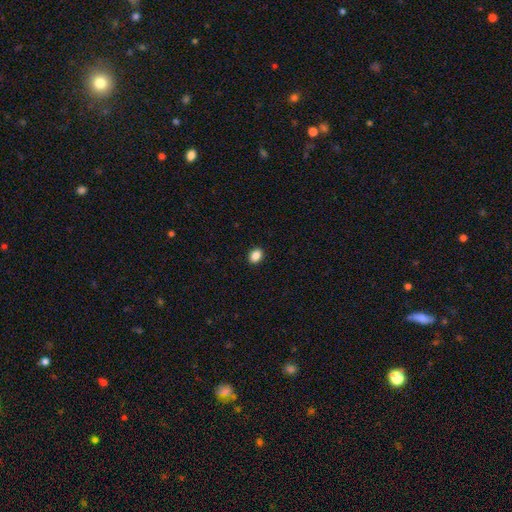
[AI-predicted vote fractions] A smooth galaxy with no disk features (88%) that is in between round and cigar-shaped (71%). Merging: none (91%).